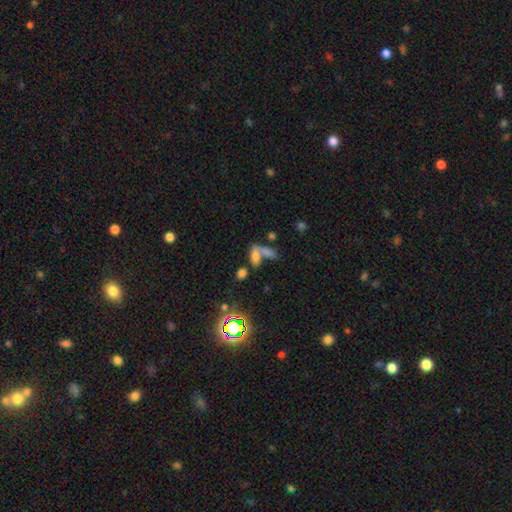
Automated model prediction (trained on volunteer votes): smooth_or_featured: smooth (p=0.66) [alt: star or artifact p=0.19]
how_rounded: in between (p=0.76) [alt: cigar-shaped p=0.17]
merging: merger (p=0.54) [alt: none p=0.30]